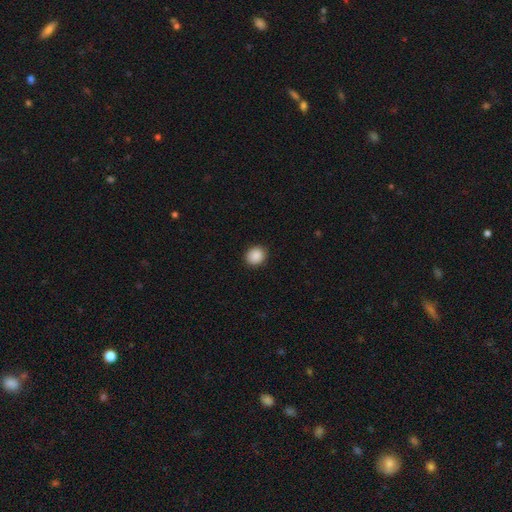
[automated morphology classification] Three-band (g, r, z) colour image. It shows a smooth galaxy with no disk features (89%) that is round (69%). Merging: none (89%).